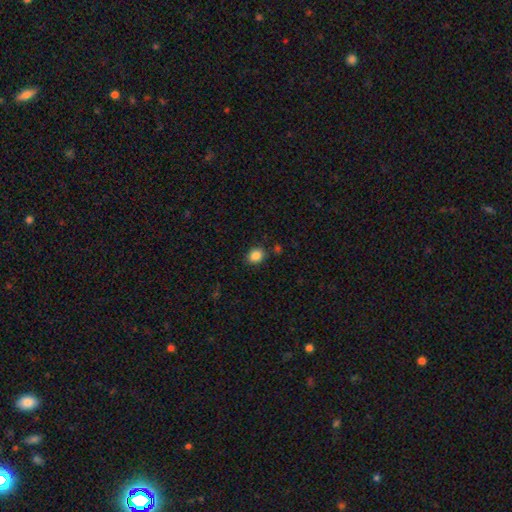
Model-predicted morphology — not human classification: Smooth or featured? Predicted: smooth (p=0.86). How rounded? Predicted: round (p=0.51). Merging? Predicted: none (p=0.83).